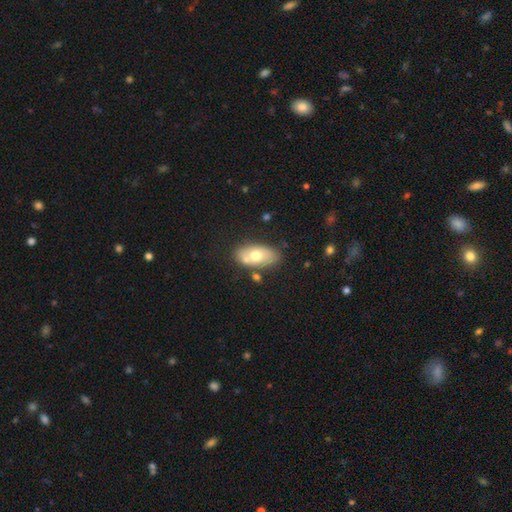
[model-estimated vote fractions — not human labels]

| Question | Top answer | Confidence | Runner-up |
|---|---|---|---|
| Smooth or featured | smooth | 61% | featured or disk (32%) |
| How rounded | in between | 91% | round (6%) |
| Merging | none | 68% | minor disturbance (15%) |